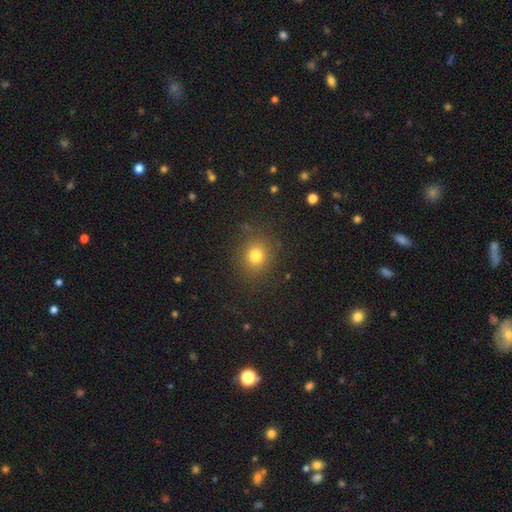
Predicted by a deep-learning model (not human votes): Morphology: type=smooth (78%); roundness=round (84%); merging=none (86%).